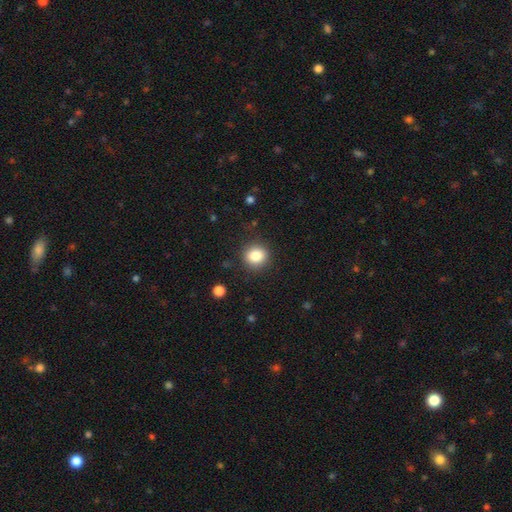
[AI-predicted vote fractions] Smooth or featured: smooth — 84% (star or artifact — 11%)
How rounded: round — 86% (in between — 13%)
Merging: none — 88% (minor disturbance — 8%)